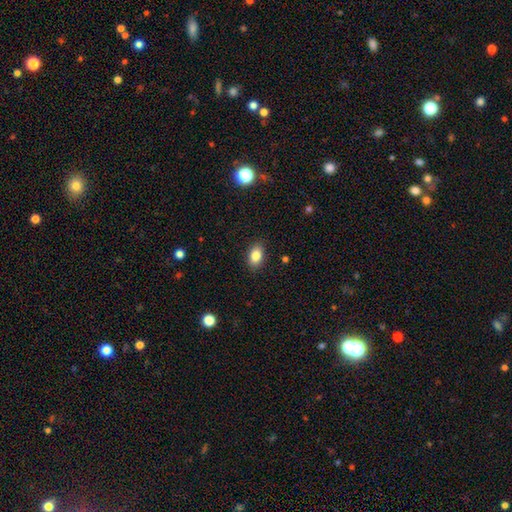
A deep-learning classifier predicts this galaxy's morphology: Smooth or featured: smooth — 84% (star or artifact — 9%)
How rounded: in between — 86% (round — 12%)
Merging: none — 88% (minor disturbance — 9%)